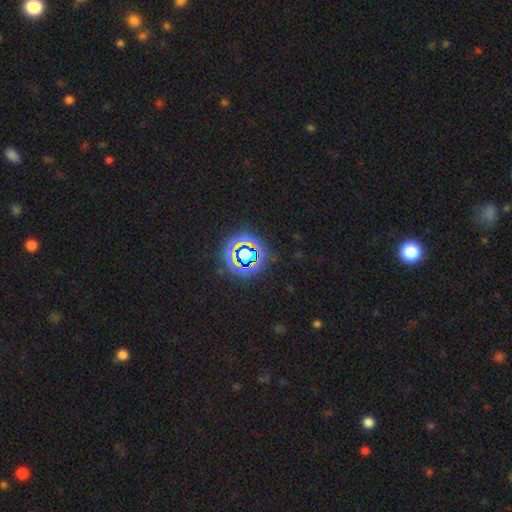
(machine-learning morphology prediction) Overall: star or artifact (72%).